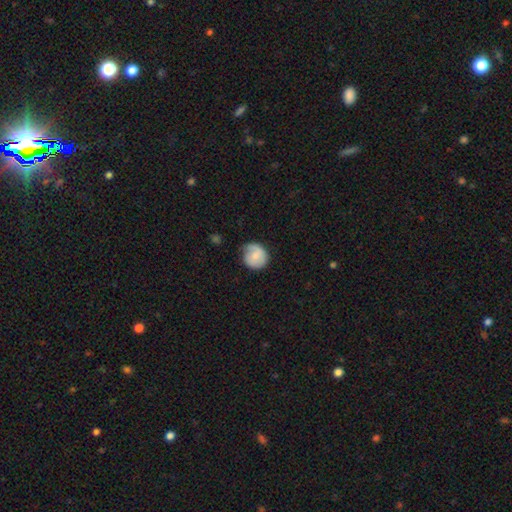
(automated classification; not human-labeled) Q: Smooth or featured?
A: smooth (67%); runner-up: featured or disk (26%)
Q: How rounded?
A: round (85%); runner-up: in between (14%)
Q: Merging?
A: none (56%); runner-up: minor disturbance (32%)